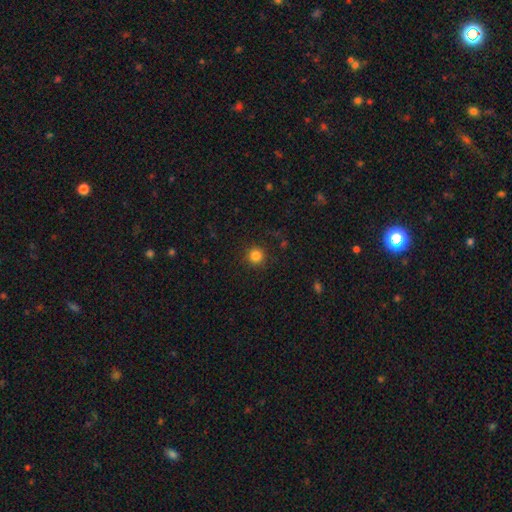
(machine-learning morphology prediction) A smooth galaxy with no disk features (83%) that is round (95%). Merging: none (90%).